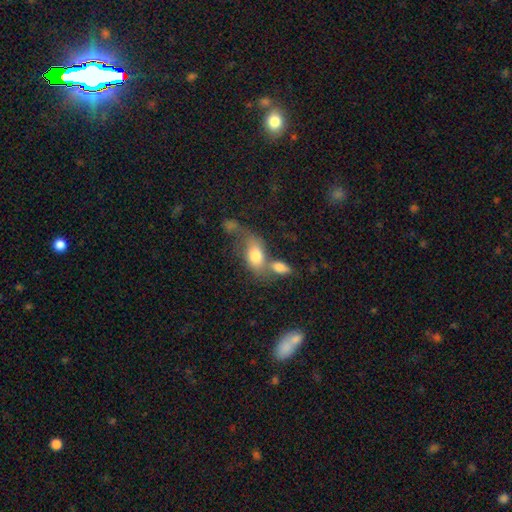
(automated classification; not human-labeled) Smooth or featured: smooth — 73% (featured or disk — 19%)
How rounded: in between — 86% (round — 10%)
Merging: merger — 50% (none — 23%)